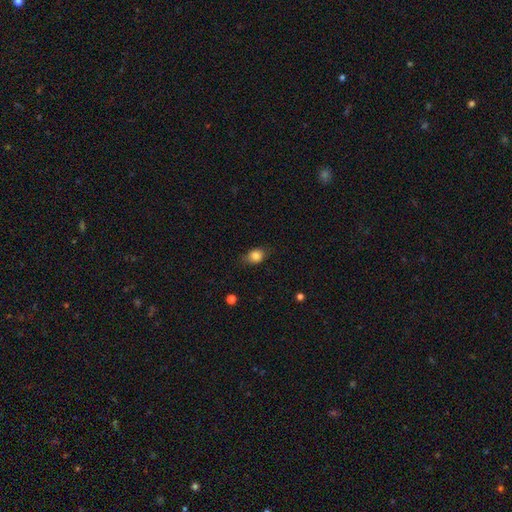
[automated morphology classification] A smooth galaxy with no disk features (84%) that is in between round and cigar-shaped (59%).

Vote fractions:
- Smooth or featured? smooth: 84% / star or artifact: 9% / featured or disk: 7%
- How rounded? in between: 59% / round: 39% / cigar-shaped: 2%
- Merging? none: 68% / minor disturbance: 25% / major disturbance: 6% / merger: 1%